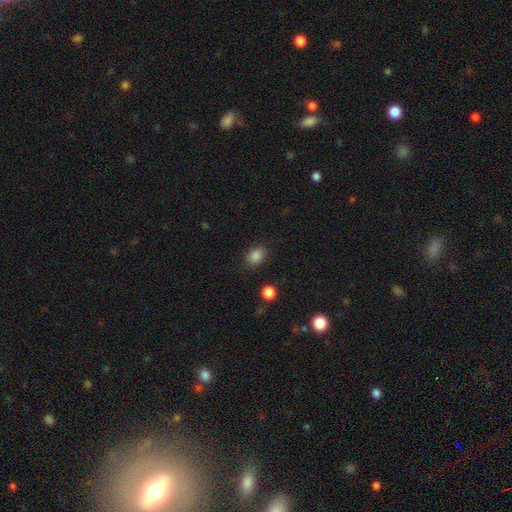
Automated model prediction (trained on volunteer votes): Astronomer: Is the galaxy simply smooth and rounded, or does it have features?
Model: smooth — 86%.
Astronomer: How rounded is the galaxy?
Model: in between — 63%.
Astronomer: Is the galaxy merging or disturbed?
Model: none — 84%.